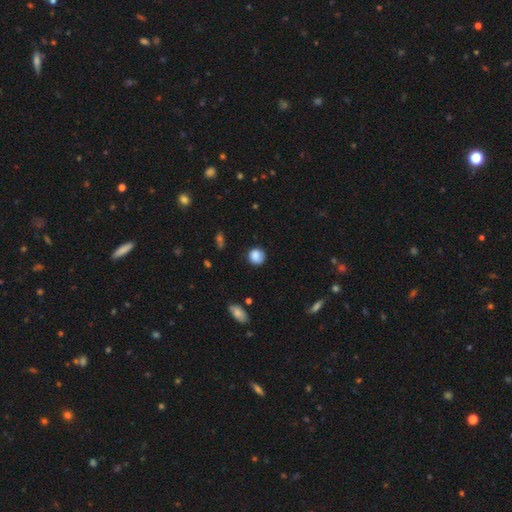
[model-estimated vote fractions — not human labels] Smooth or featured? smooth (84%)
How rounded? round (87%)
Merging? none (78%)